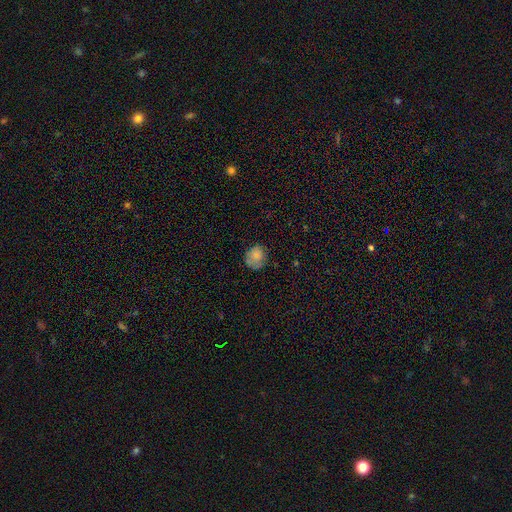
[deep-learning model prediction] The model was most divided on "merging": none: 70%, minor disturbance: 23%, major disturbance: 6%, merger: 2%. More confident: smooth or featured — smooth (80%); how rounded — round (73%).